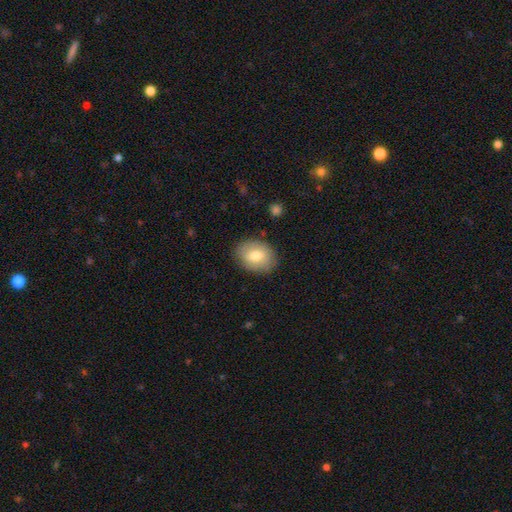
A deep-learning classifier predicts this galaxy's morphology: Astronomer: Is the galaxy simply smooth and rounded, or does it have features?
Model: smooth — 74%.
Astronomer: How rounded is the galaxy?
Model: in between — 57% (runner-up: round, 42%).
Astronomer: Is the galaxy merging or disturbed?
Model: none — 84%.